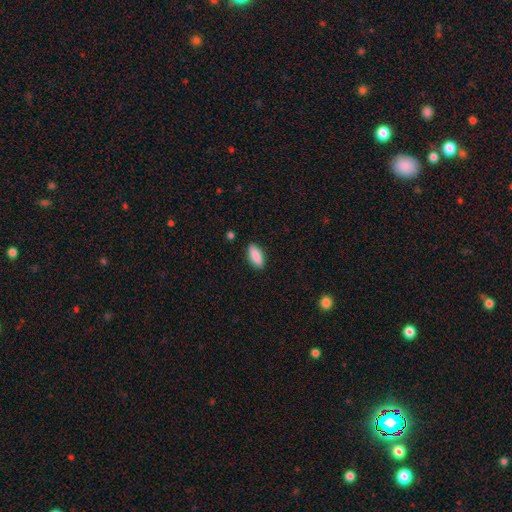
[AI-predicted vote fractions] A smooth galaxy with no disk features (86%) that is in between round and cigar-shaped (75%). Merging: none (88%).